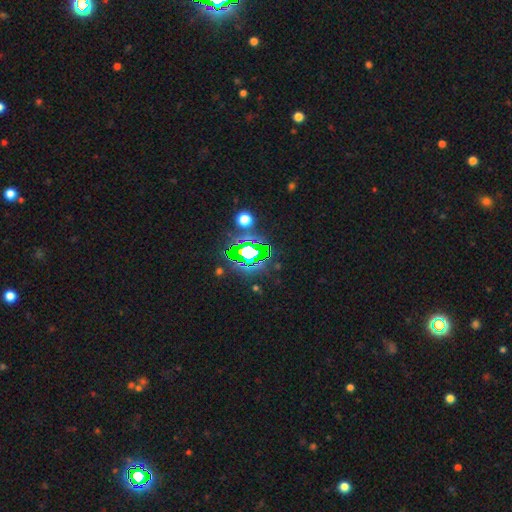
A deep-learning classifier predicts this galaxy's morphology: smooth_or_featured: star or artifact (p=0.74) [alt: smooth p=0.15]